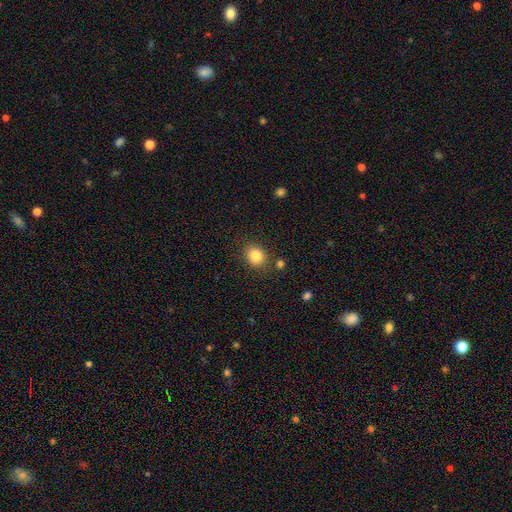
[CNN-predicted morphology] smooth-or-featured: smooth: 84% | star or artifact: 10% | featured or disk: 6%
  how-rounded: round: 62% | in between: 37% | cigar-shaped: 1%
  merging: none: 81% | minor disturbance: 11% | merger: 5% | major disturbance: 3%